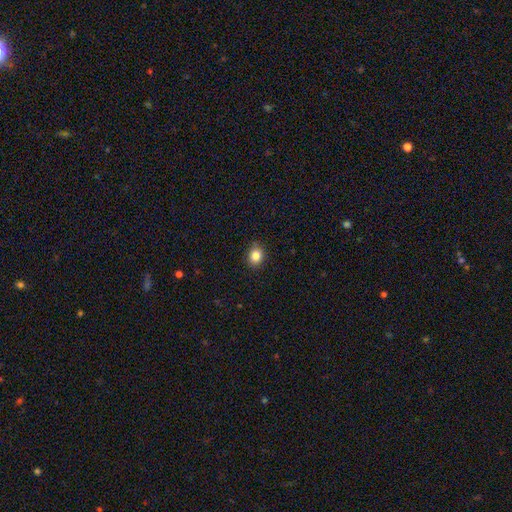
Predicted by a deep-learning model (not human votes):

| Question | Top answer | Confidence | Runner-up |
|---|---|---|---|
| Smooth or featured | smooth | 84% | star or artifact (10%) |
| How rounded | round | 58% | in between (41%) |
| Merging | none | 85% | minor disturbance (11%) |